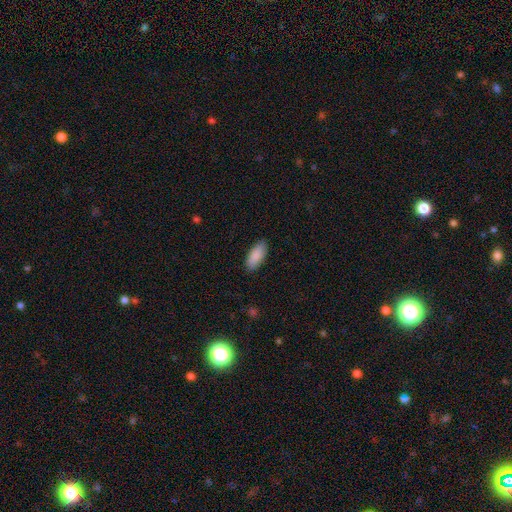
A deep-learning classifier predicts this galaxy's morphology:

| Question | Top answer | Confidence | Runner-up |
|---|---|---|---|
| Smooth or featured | smooth | 89% | star or artifact (6%) |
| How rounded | in between | 87% | cigar-shaped (11%) |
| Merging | none | 88% | minor disturbance (9%) |